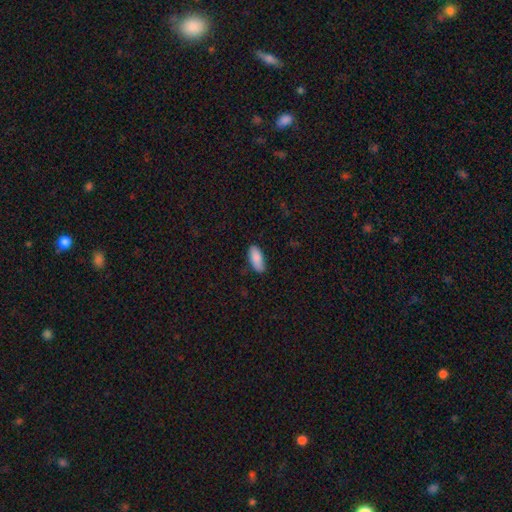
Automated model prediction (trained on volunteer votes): Smooth or featured? smooth (88%)
How rounded? in between (85%)
Merging? none (78%)